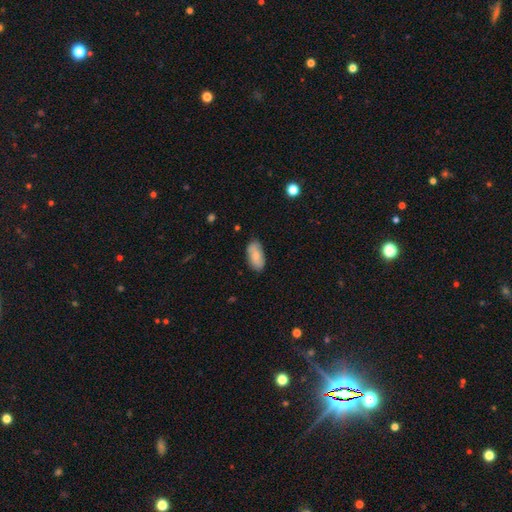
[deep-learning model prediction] This is likely a smooth galaxy (78%). How rounded: clearly in between (93%). Merging: likely none (79%).